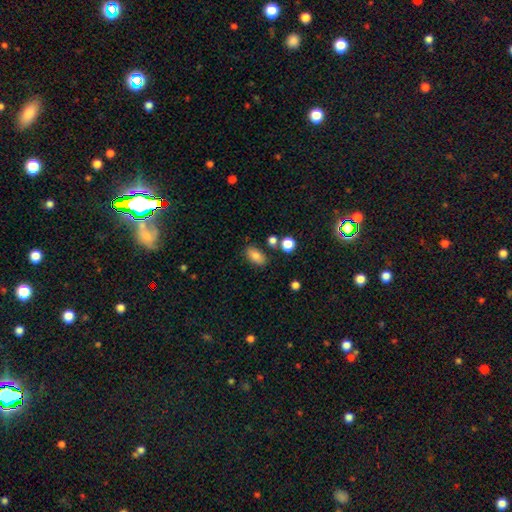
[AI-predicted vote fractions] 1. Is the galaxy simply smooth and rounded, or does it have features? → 82% smooth, 9% star or artifact, 9% featured or disk.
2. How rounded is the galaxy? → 89% in between, 8% round, 3% cigar-shaped.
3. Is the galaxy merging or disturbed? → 80% none, 11% minor disturbance, 6% merger, 3% major disturbance.